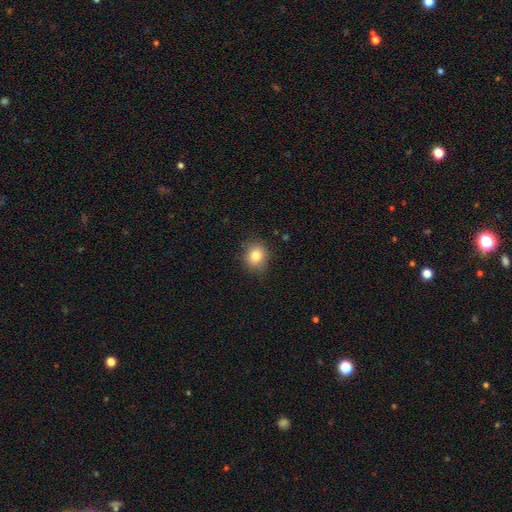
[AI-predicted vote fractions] This is clearly a smooth galaxy (82%). How rounded: likely round (72%). Merging: clearly none (84%).